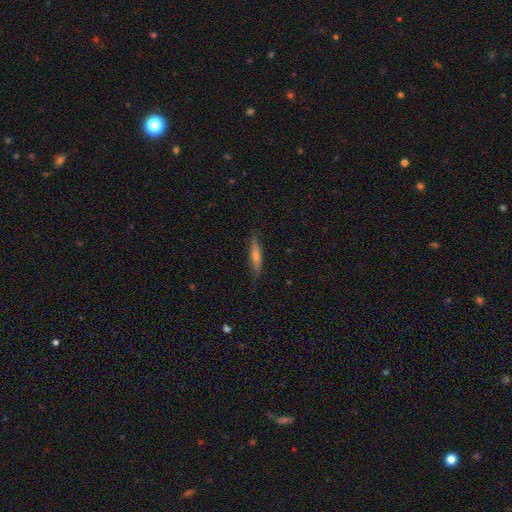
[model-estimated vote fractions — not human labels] Morphology: type=featured or disk (50%); merging=none (81%).